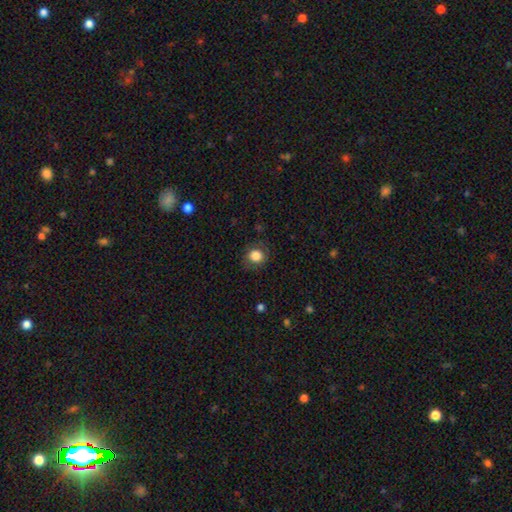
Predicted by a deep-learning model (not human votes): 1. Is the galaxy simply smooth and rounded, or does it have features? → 83% smooth, 9% star or artifact, 8% featured or disk.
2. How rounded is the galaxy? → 73% round, 26% in between, 1% cigar-shaped.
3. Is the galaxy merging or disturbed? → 79% none, 14% minor disturbance, 6% major disturbance, 1% merger.